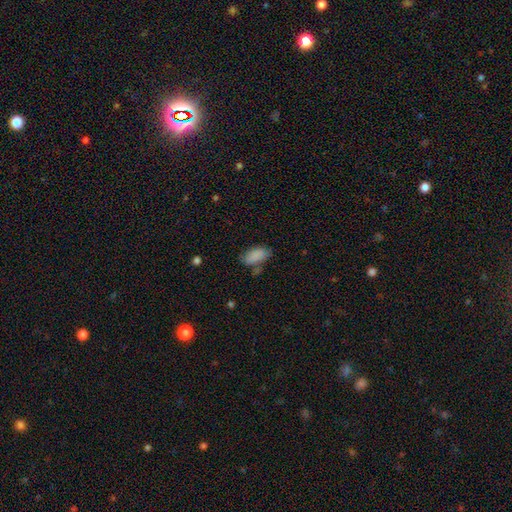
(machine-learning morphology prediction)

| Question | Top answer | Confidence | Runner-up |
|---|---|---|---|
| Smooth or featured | smooth | 87% | star or artifact (8%) |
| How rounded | in between | 92% | cigar-shaped (5%) |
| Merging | none | 65% | minor disturbance (22%) |